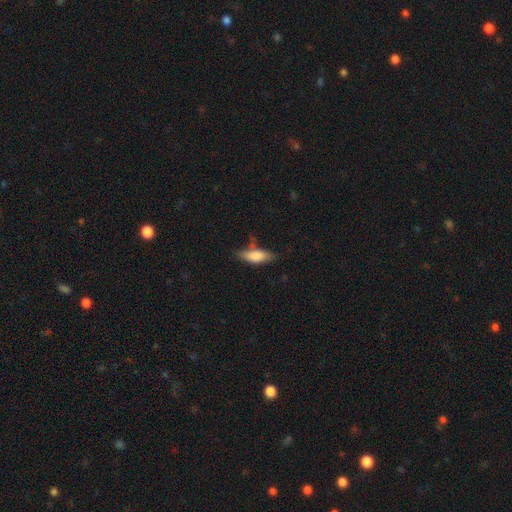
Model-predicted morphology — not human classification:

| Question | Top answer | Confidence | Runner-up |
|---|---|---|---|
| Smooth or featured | smooth | 76% | featured or disk (18%) |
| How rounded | in between | 65% | cigar-shaped (33%) |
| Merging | none | 58% | minor disturbance (26%) |